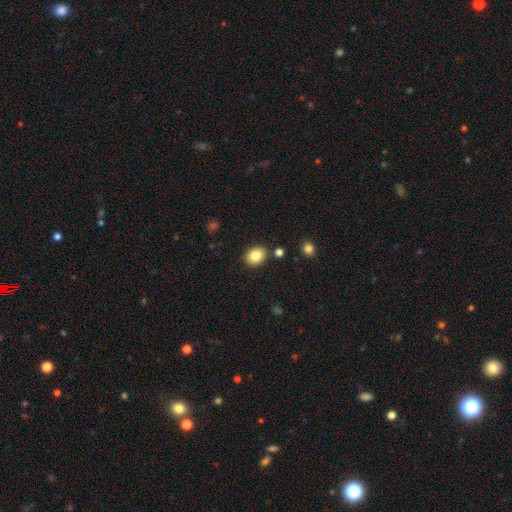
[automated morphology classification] Q: Smooth or featured?
A: smooth (84%); runner-up: star or artifact (9%)
Q: How rounded?
A: in between (55%); runner-up: round (44%)
Q: Merging?
A: none (87%); runner-up: minor disturbance (8%)